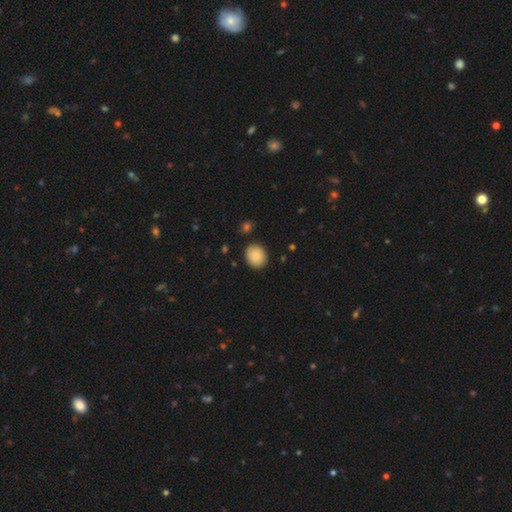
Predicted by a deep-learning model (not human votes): Smooth or featured?
  - smooth: 87% *
  - star or artifact: 7%
  - featured or disk: 6%
How rounded?
  - round: 61% *
  - in between: 38%
  - cigar-shaped: 1%
Merging?
  - none: 85% *
  - minor disturbance: 11%
  - major disturbance: 2%
  - merger: 2%